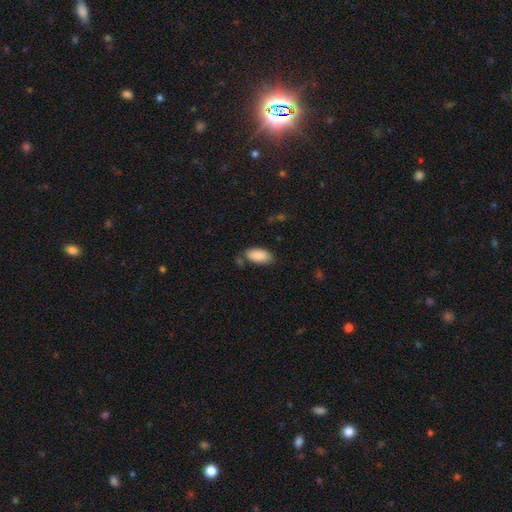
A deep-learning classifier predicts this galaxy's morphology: The model was most divided on "merging": none: 74%, minor disturbance: 17%, merger: 6%, major disturbance: 4%. More confident: how rounded — in between (93%); smooth or featured — smooth (88%).